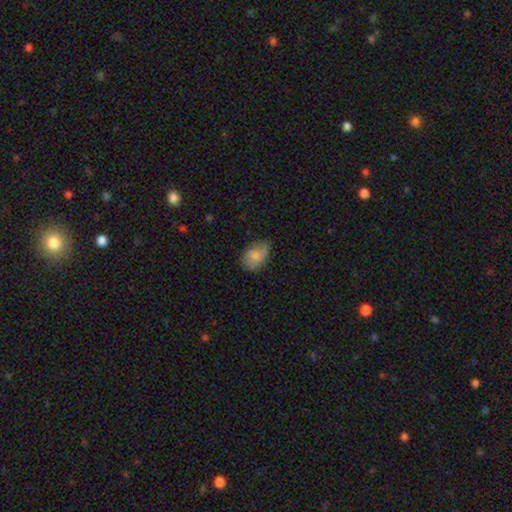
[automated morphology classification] smooth-or-featured: smooth: 72% | featured or disk: 21% | star or artifact: 7%
  how-rounded: in between: 79% | round: 20% | cigar-shaped: 1%
  merging: none: 65% | minor disturbance: 27% | major disturbance: 6% | merger: 1%